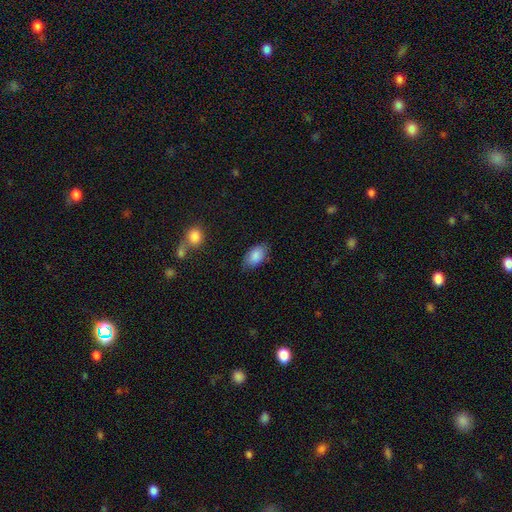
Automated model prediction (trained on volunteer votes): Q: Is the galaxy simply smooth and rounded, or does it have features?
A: smooth — 86%.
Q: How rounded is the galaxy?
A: in between — 92%.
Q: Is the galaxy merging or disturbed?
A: none — 80%.